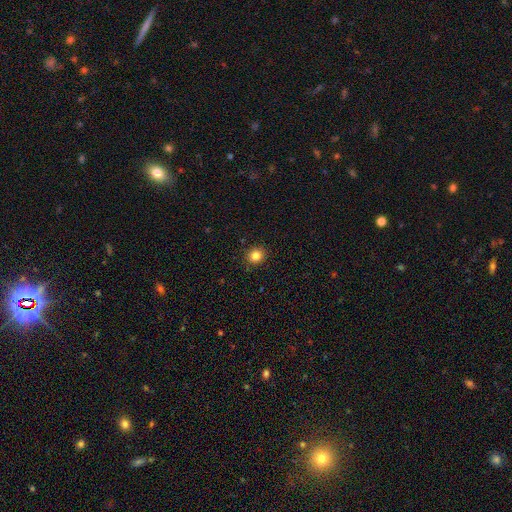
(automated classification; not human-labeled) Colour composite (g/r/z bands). It shows a smooth galaxy with no disk features (83%) that is round (82%). Merging: none (91%).